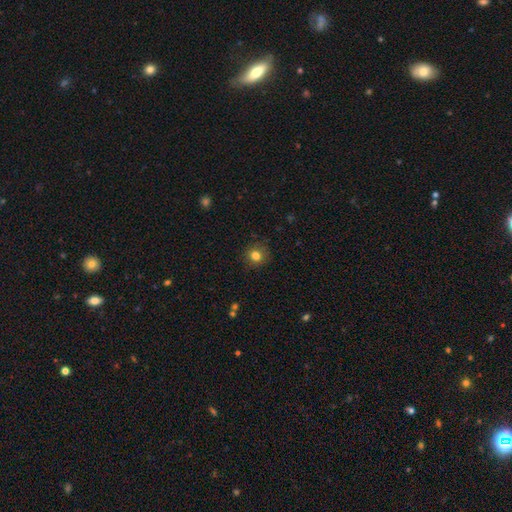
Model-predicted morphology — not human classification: This appears to be a smooth galaxy with no disk features (82%) that is round (90%). Merging: none (88%).